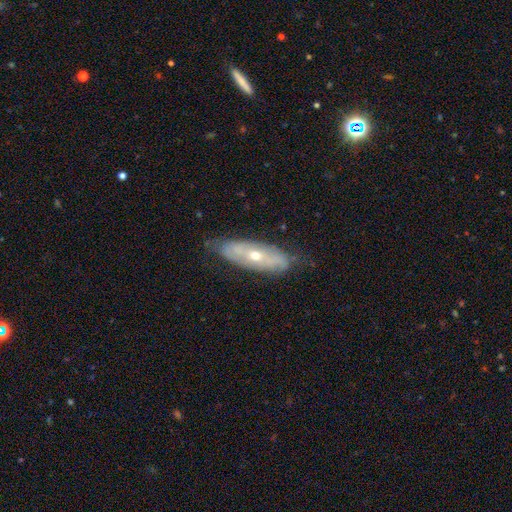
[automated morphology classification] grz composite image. It shows a featured or disk galaxy (67%). Merging: none (75%).